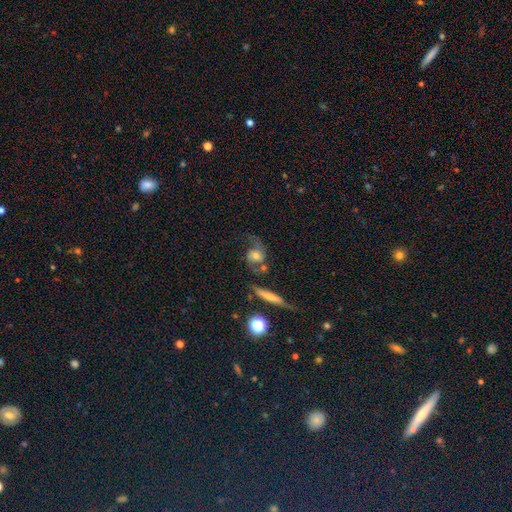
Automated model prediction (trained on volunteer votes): This is likely a featured or disk galaxy (70%). It is clearly not viewed edge-on (93%). Bar: likely no (64%). Spiral arm pattern: clearly yes (91%). Spiral arm count: clearly 2 (81%). Spiral winding: possibly loose (57%). Central bulge: possibly moderate (55%). Merging: possibly none (49%).